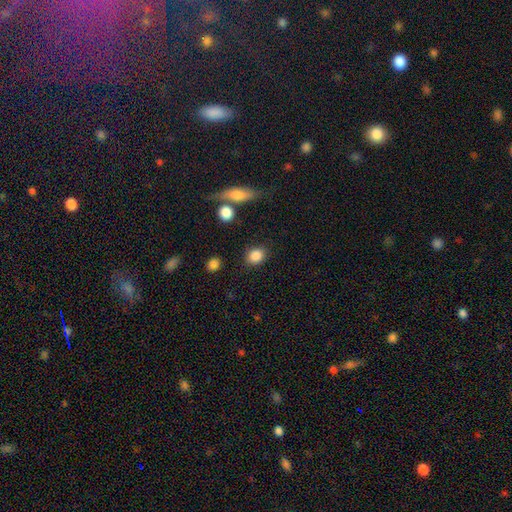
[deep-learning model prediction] This appears to be a smooth galaxy with no disk features (87%) that is round (59%). Merging: none (82%).